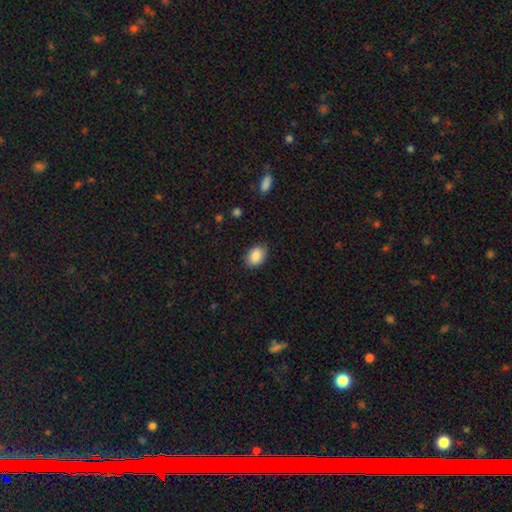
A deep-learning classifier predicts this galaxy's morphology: Smooth or featured? smooth (87%)
How rounded? in between (80%)
Merging? none (85%)